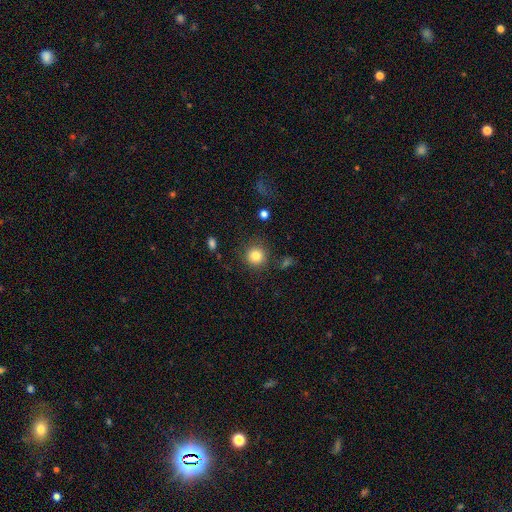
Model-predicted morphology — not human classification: This is clearly a smooth galaxy (83%). How rounded: clearly round (92%). Merging: clearly none (85%).